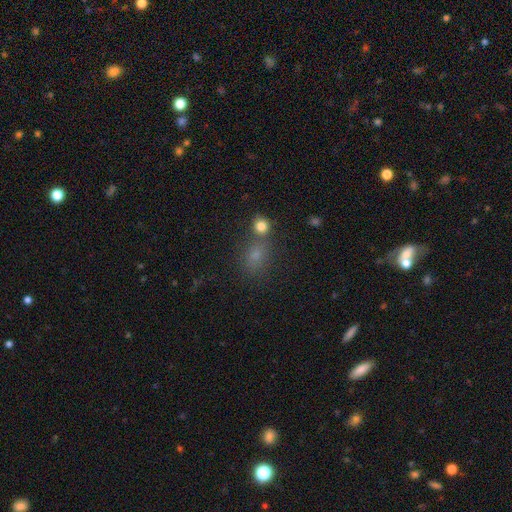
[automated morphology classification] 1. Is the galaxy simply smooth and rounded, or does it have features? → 69% smooth, 21% star or artifact, 9% featured or disk.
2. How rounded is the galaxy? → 50% round, 48% in between, 2% cigar-shaped.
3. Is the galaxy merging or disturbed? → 55% none, 27% merger, 12% minor disturbance, 6% major disturbance.